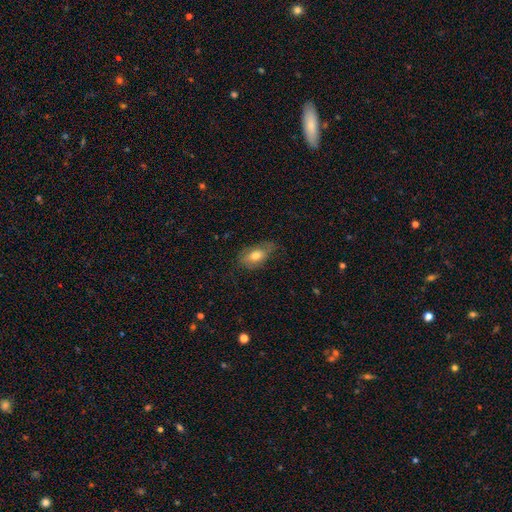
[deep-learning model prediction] A smooth galaxy with no disk features (72%) that is in between round and cigar-shaped (88%). Merging: none (59%).